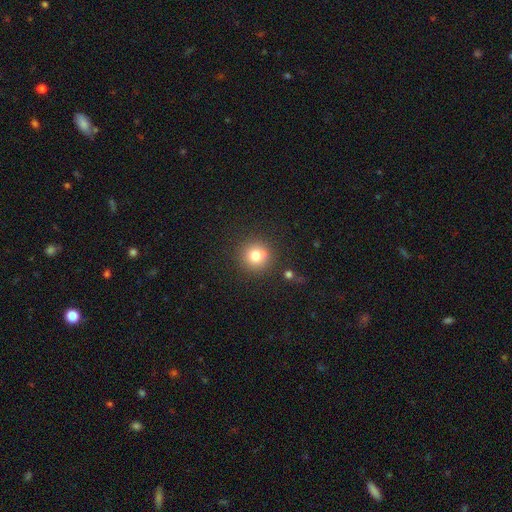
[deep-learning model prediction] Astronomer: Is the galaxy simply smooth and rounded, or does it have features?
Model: smooth — 75%.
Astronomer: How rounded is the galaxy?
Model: round — 93%.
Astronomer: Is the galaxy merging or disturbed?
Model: none — 76%.